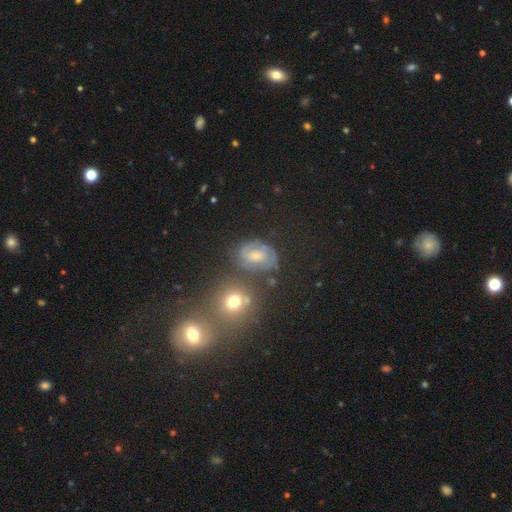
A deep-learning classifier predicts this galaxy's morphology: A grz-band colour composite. It shows a featured or disk galaxy (61%) with no bar (47%), 2 (48%) tight (51%) spiral arms (85%) and a small central bulge (51%). Merging: none (63%).